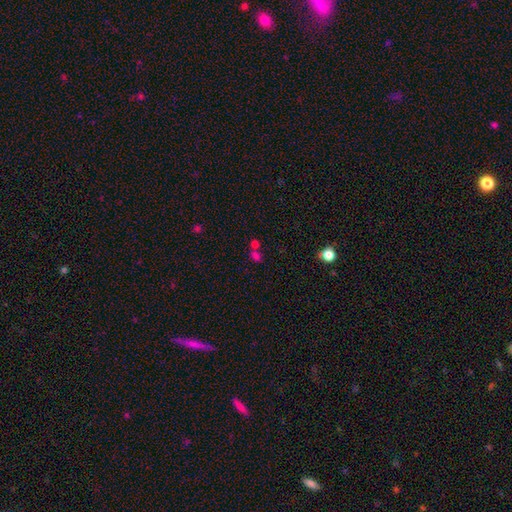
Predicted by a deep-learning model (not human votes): Smooth or featured? smooth (62%)
How rounded? in between (50%)
Merging? none (52%)